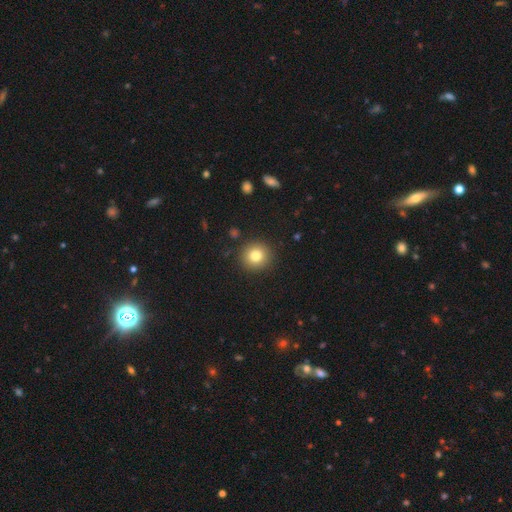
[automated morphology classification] smooth-or-featured: smooth: 80% | star or artifact: 11% | featured or disk: 9%
  how-rounded: round: 91% | in between: 8% | cigar-shaped: 1%
  merging: none: 91% | minor disturbance: 6% | major disturbance: 2% | merger: 1%